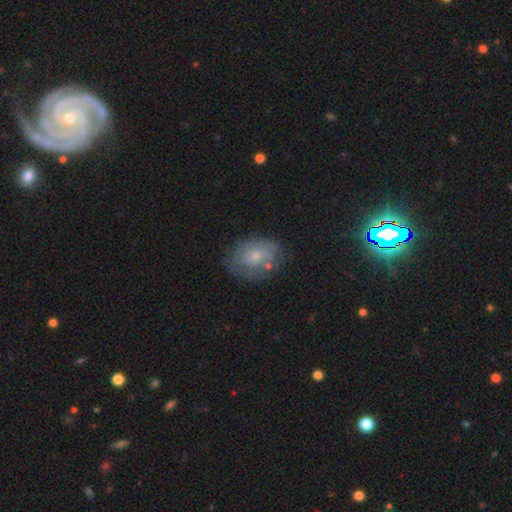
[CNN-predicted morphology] smooth_or_featured: smooth (p=0.49) [alt: featured or disk p=0.42]
merging: none (p=0.62) [alt: minor disturbance p=0.25]